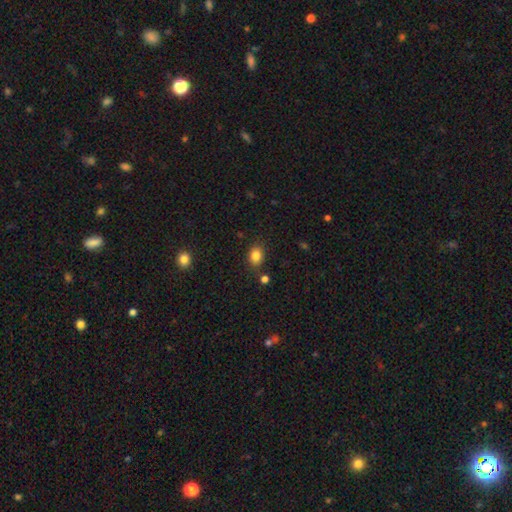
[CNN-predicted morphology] Smooth or featured?
  - smooth: 84% *
  - star or artifact: 11%
  - featured or disk: 5%
How rounded?
  - in between: 56% *
  - round: 43%
  - cigar-shaped: 1%
Merging?
  - none: 80% *
  - minor disturbance: 12%
  - merger: 5%
  - major disturbance: 3%